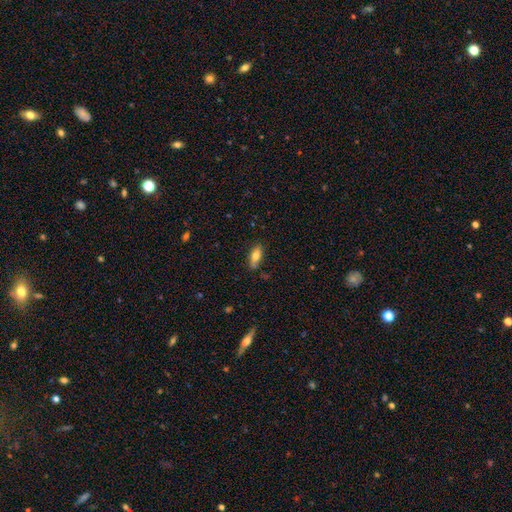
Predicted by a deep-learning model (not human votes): Smooth or featured: smooth — 76% (featured or disk — 17%)
How rounded: in between — 75% (cigar-shaped — 22%)
Merging: none — 77% (minor disturbance — 17%)